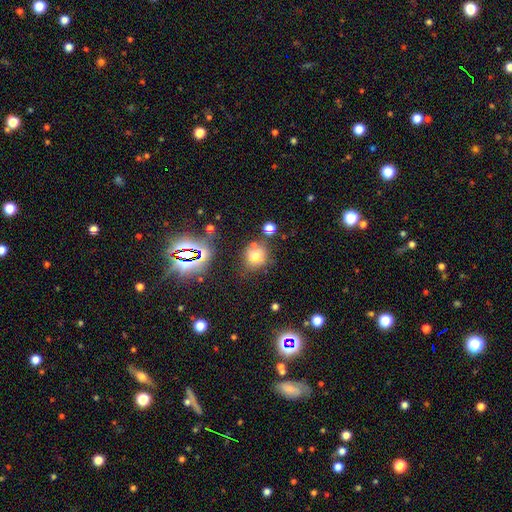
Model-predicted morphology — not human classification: Smooth or featured? Predicted: smooth (p=0.66). How rounded? Predicted: round (p=0.82). Merging? Predicted: none (p=0.66).